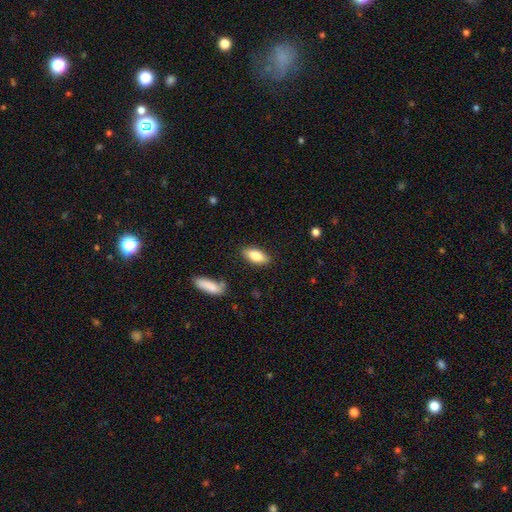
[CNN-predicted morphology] This is clearly a smooth galaxy (81%). How rounded: clearly in between (81%). Merging: clearly none (84%).